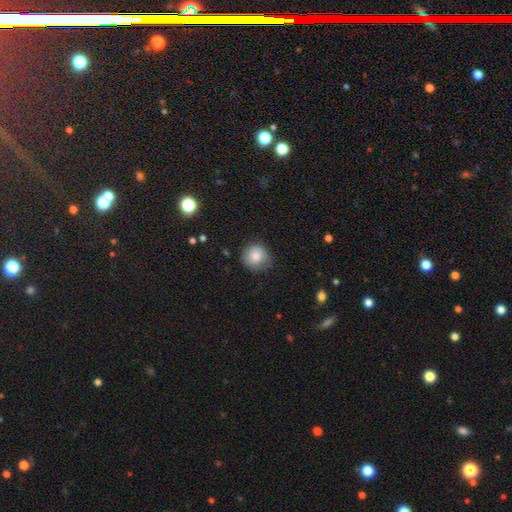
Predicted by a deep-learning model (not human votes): Smooth or featured? Predicted: smooth (p=0.79). How rounded? Predicted: round (p=0.89). Merging? Predicted: none (p=0.69).